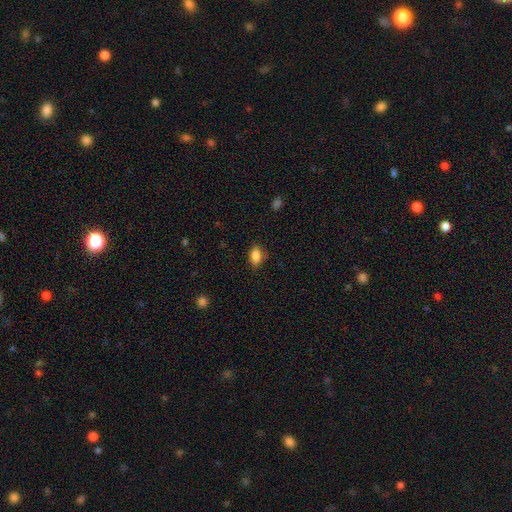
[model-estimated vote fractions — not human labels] A smooth galaxy with no disk features (85%) that is in between round and cigar-shaped (87%).

Vote fractions:
- Smooth or featured? smooth: 85% / star or artifact: 9% / featured or disk: 6%
- How rounded? in between: 87% / round: 10% / cigar-shaped: 3%
- Merging? none: 77% / minor disturbance: 18% / major disturbance: 4% / merger: 1%